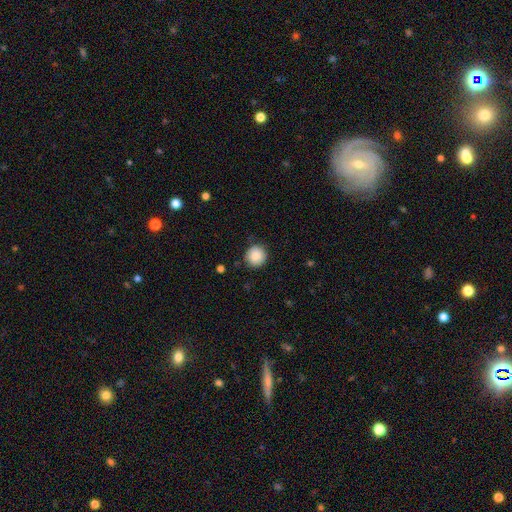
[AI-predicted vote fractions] Smooth or featured? smooth (85%)
How rounded? round (94%)
Merging? none (85%)